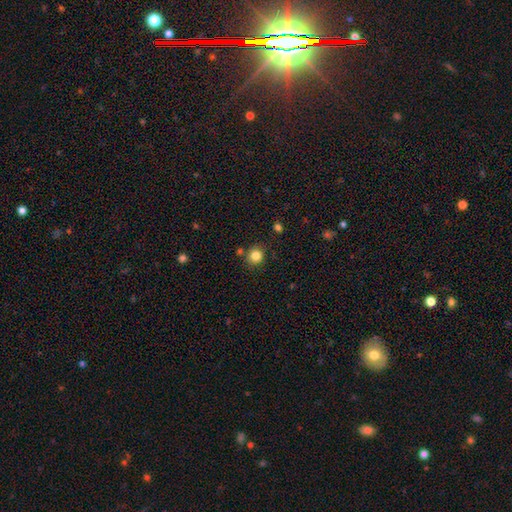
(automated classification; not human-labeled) Smooth or featured? Predicted: smooth (p=0.83). How rounded? Predicted: round (p=0.88). Merging? Predicted: none (p=0.83).